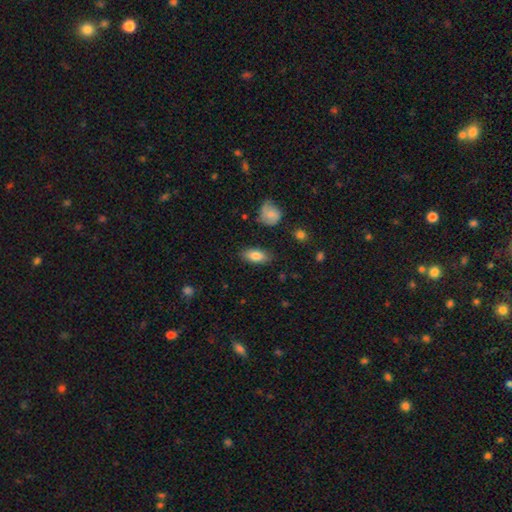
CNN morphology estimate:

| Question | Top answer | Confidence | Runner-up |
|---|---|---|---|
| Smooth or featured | smooth | 81% | featured or disk (12%) |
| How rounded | in between | 87% | cigar-shaped (9%) |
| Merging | none | 84% | minor disturbance (12%) |